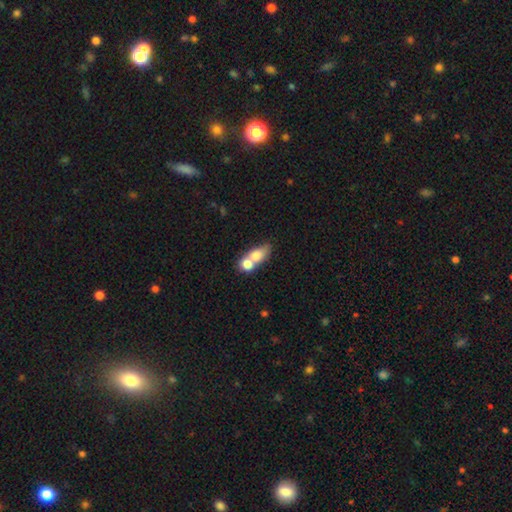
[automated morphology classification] Smooth or featured: smooth — 71% (featured or disk — 21%)
How rounded: in between — 63% (round — 28%)
Merging: merger — 67% (none — 21%)